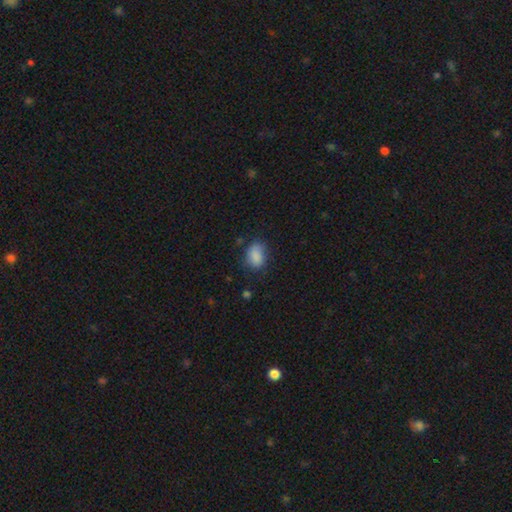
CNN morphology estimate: Smooth or featured? Predicted: smooth (p=0.86). How rounded? Predicted: in between (p=0.75). Merging? Predicted: none (p=0.68).